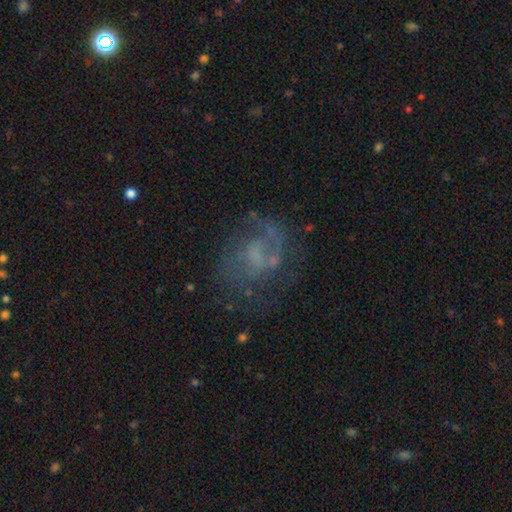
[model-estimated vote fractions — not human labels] Q: Smooth or featured?
A: featured or disk (65%); runner-up: smooth (21%)
Q: Edge-on disk?
A: no (98%); runner-up: yes (2%)
Q: Bar?
A: no (61%); runner-up: weak (32%)
Q: Spiral arms?
A: yes (64%); runner-up: no (36%)
Q: Bulge size?
A: none (52%); runner-up: small (23%)
Q: Merging?
A: none (52%); runner-up: major disturbance (26%)